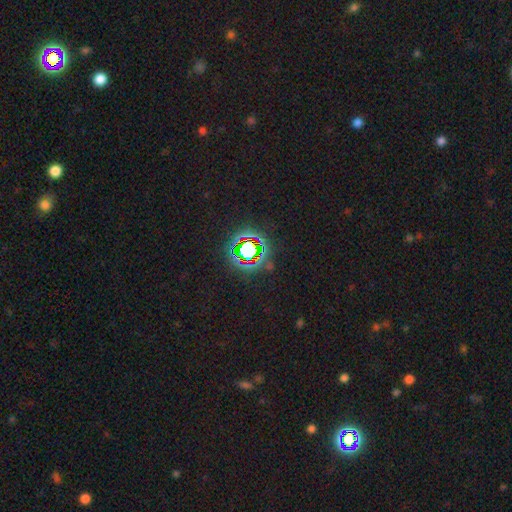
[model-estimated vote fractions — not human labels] Morphology: type=star or artifact (80%).